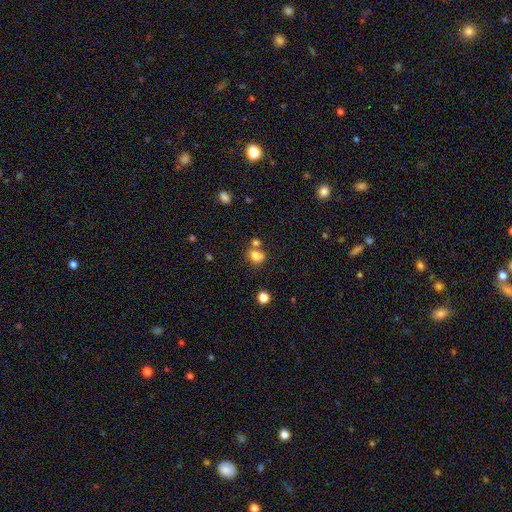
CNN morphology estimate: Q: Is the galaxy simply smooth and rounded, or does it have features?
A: smooth — 78%.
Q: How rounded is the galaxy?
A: round — 69%.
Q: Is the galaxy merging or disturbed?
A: none — 52%.